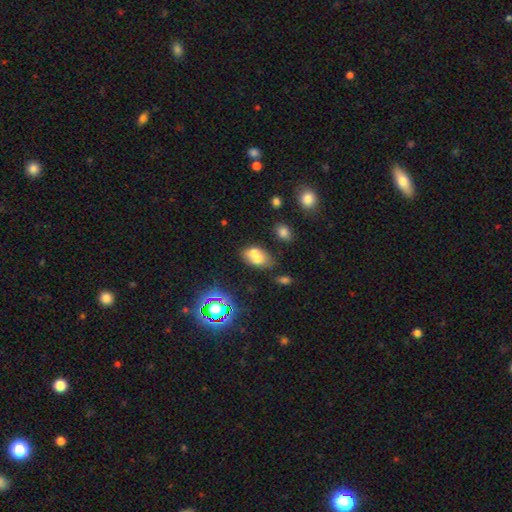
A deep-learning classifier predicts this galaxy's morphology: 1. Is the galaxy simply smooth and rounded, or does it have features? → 61% smooth, 25% featured or disk, 15% star or artifact.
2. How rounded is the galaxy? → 72% in between, 26% round, 2% cigar-shaped.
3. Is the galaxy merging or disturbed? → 61% merger, 26% none, 9% minor disturbance, 4% major disturbance.